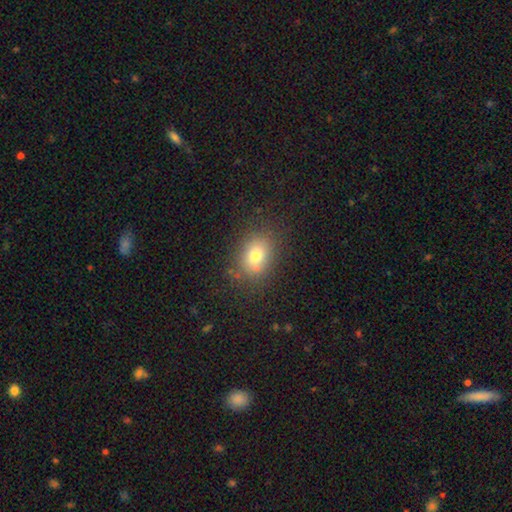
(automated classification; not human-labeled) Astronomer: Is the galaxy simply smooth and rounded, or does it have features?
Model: smooth — 76%.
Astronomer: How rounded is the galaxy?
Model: in between — 61% (runner-up: round, 37%).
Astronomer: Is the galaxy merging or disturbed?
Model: none — 75%.